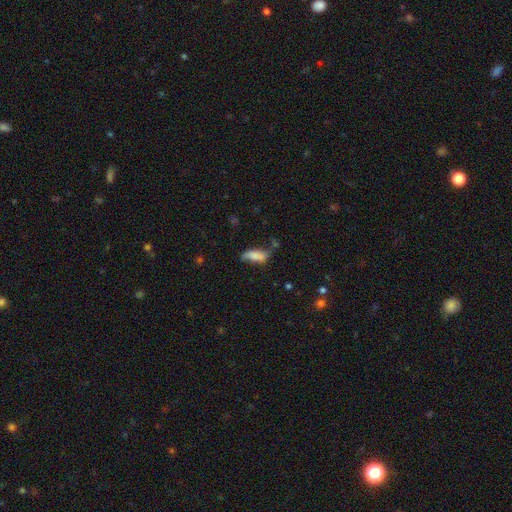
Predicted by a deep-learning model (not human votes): A smooth galaxy with no disk features (74%) that is in between round and cigar-shaped (74%).

Vote fractions:
- Smooth or featured? smooth: 74% / featured or disk: 18% / star or artifact: 9%
- How rounded? in between: 74% / cigar-shaped: 23% / round: 3%
- Merging? none: 48% / minor disturbance: 33% / major disturbance: 14% / merger: 6%